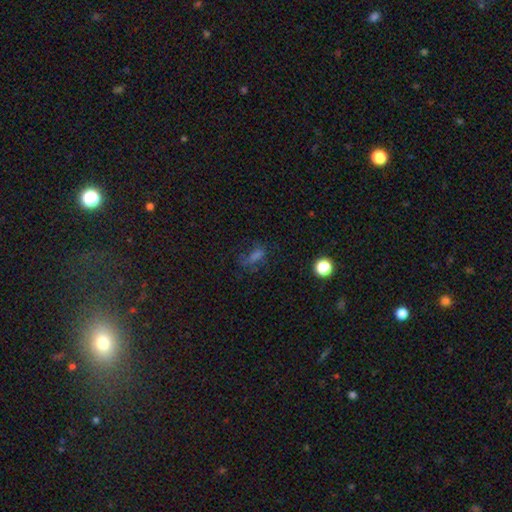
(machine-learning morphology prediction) This is marginally a smooth galaxy (44%). Merging: possibly none (58%).